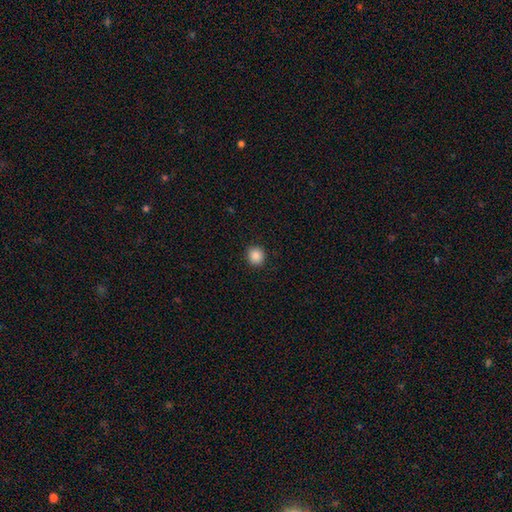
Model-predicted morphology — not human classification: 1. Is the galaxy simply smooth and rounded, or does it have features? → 87% smooth, 10% star or artifact, 3% featured or disk.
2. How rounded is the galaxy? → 90% round, 9% in between, 1% cigar-shaped.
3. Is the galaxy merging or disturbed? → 92% none, 6% minor disturbance, 2% major disturbance, 1% merger.